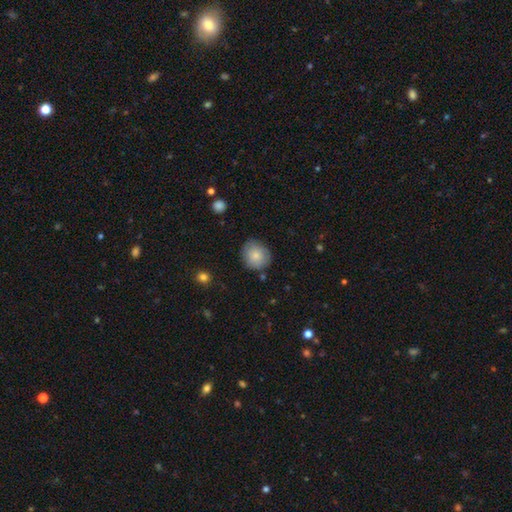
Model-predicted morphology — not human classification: Smooth or featured: smooth — 82% (featured or disk — 11%)
How rounded: round — 78% (in between — 21%)
Merging: none — 80% (minor disturbance — 16%)